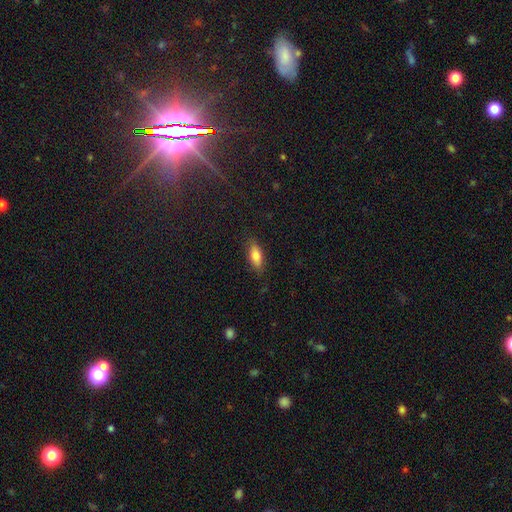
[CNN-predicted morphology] Smooth or featured? Predicted: smooth (p=0.78). How rounded? Predicted: in between (p=0.78). Merging? Predicted: none (p=0.84).